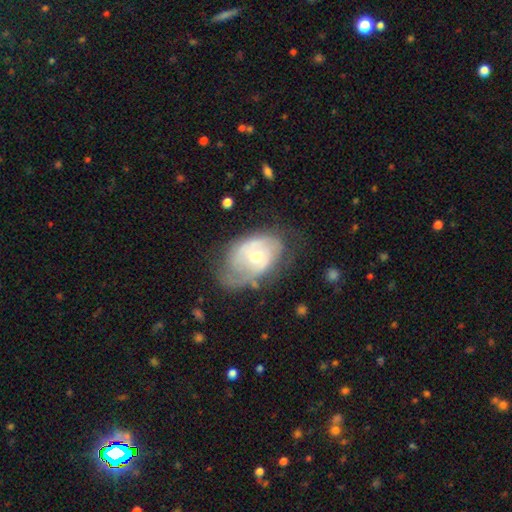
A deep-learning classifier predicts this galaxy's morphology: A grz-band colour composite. It shows a featured or disk galaxy (74%) with no bar (57%), 2 (39%) tight (52%) spiral arms (83%) and a moderate central bulge (58%). Merging: none (47%).